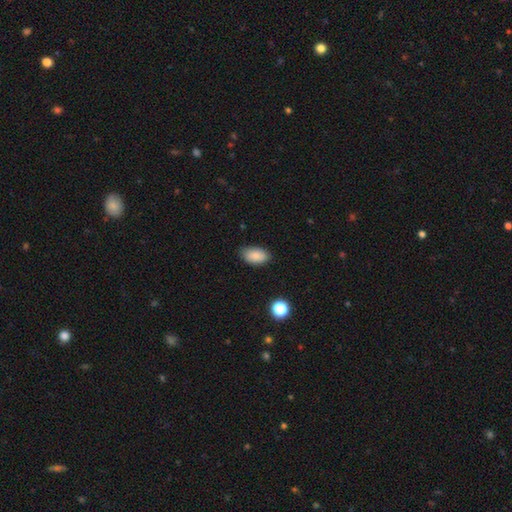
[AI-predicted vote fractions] Smooth or featured? smooth (86%)
How rounded? in between (93%)
Merging? none (83%)